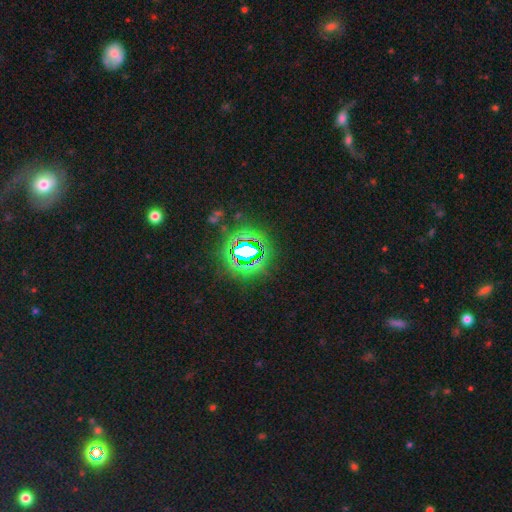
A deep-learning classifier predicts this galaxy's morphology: The model was most divided on "smooth or featured": star or artifact: 80%, smooth: 11%, featured or disk: 9%.